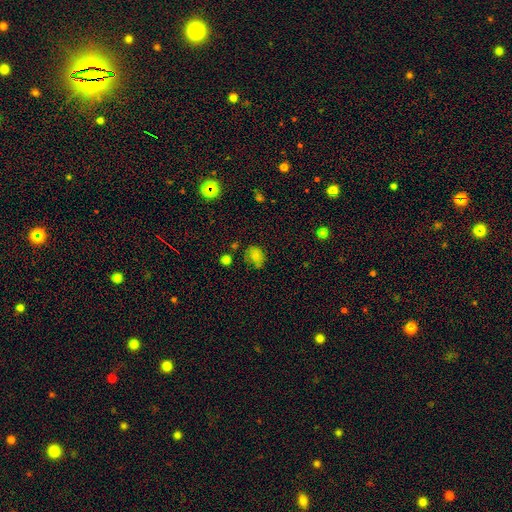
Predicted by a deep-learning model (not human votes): smooth-or-featured: smooth: 76% | star or artifact: 14% | featured or disk: 10%
  how-rounded: in between: 55% | round: 44% | cigar-shaped: 1%
  merging: none: 59% | minor disturbance: 27% | major disturbance: 9% | merger: 5%